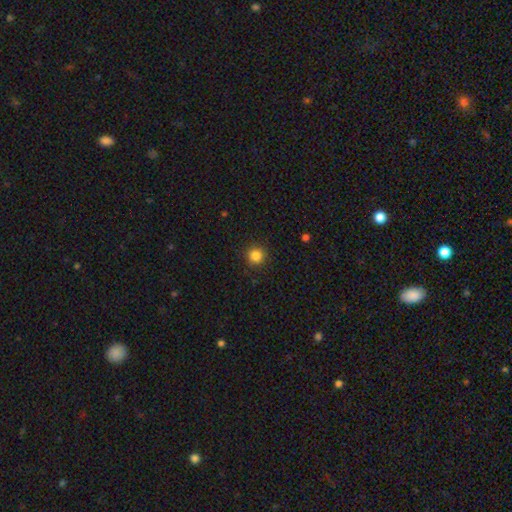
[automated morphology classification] This appears to be a smooth galaxy with no disk features (84%) that is round (95%). Merging: none (91%).